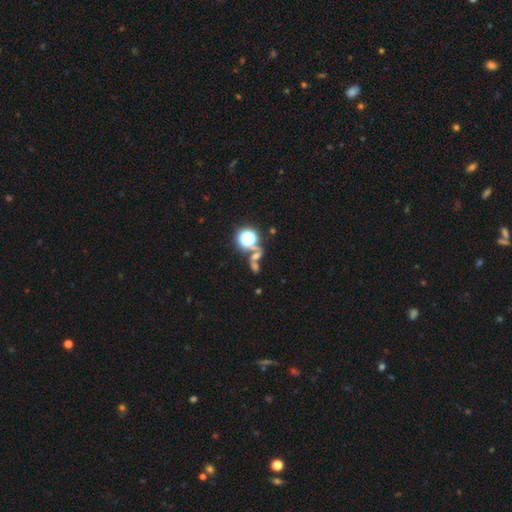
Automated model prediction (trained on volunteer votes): This is marginally a star or artifact rather than a galaxy (43%).